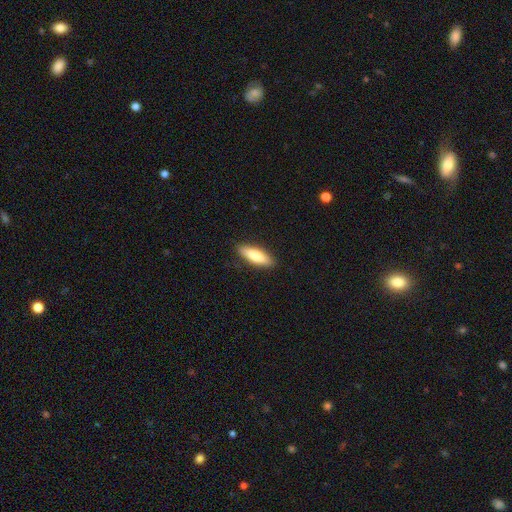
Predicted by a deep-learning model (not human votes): A smooth galaxy with no disk features (76%) that is cigar-shaped (51%).

Vote fractions:
- Smooth or featured? smooth: 76% / featured or disk: 19% / star or artifact: 6%
- How rounded? cigar-shaped: 51% / in between: 48% / round: 2%
- Merging? none: 88% / minor disturbance: 9% / major disturbance: 2% / merger: 1%